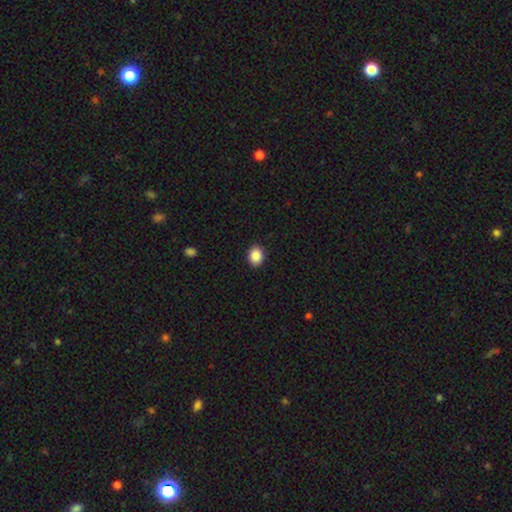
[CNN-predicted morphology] The model was most divided on "how rounded": round: 57%, in between: 42%, cigar-shaped: 1%. More confident: merging — none (91%); smooth or featured — smooth (87%).